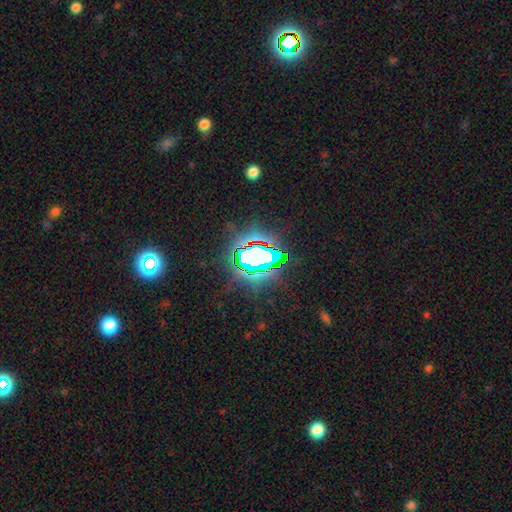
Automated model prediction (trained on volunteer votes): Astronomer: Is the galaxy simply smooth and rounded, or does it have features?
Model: star or artifact — 71%.